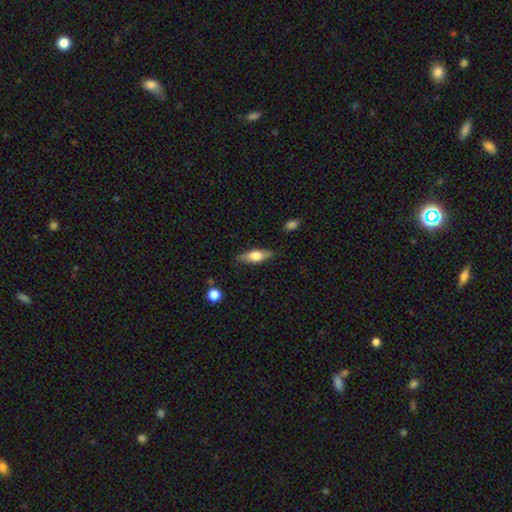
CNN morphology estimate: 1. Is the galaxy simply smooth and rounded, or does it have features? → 58% smooth, 36% featured or disk, 6% star or artifact.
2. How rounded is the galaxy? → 55% in between, 41% cigar-shaped, 3% round.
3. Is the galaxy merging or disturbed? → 83% none, 13% minor disturbance, 3% major disturbance, 2% merger.